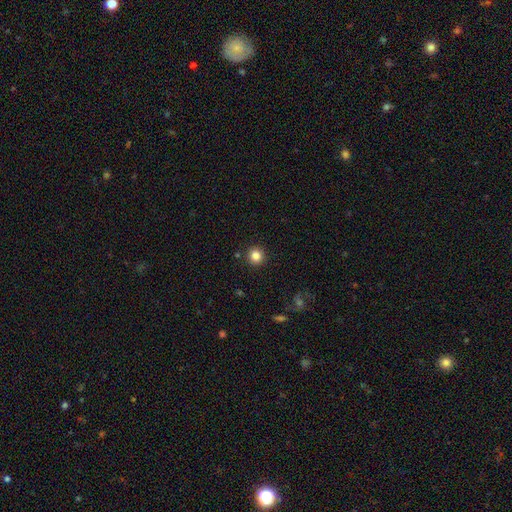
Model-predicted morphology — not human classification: Smooth or featured? Predicted: smooth (p=0.83). How rounded? Predicted: round (p=0.94). Merging? Predicted: none (p=0.91).